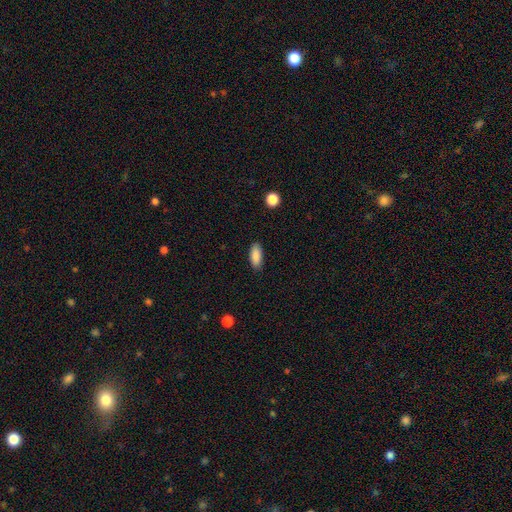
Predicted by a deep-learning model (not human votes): smooth_or_featured: smooth (p=0.89) [alt: star or artifact p=0.07]
how_rounded: in between (p=0.81) [alt: cigar-shaped p=0.17]
merging: none (p=0.86) [alt: minor disturbance p=0.10]